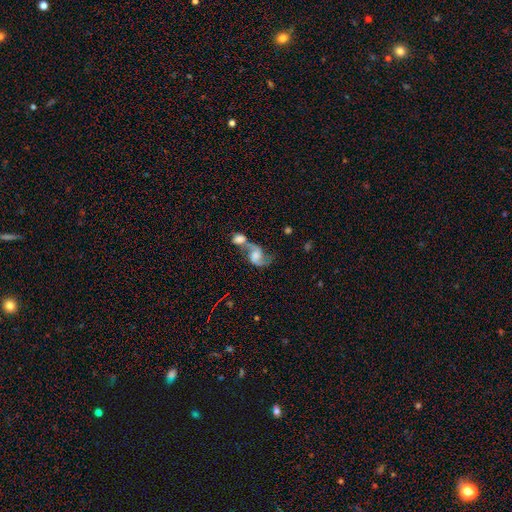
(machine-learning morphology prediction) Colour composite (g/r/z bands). It shows a featured or disk galaxy (75%) with no bar (56%), 2 (86%) loose (66%) spiral arms (93%) and a moderate central bulge (29%). Merging: merger (64%).